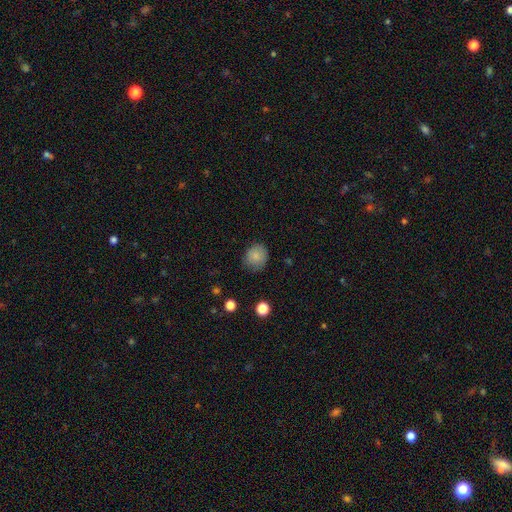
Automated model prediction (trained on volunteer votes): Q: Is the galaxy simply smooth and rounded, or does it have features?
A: smooth — 84%.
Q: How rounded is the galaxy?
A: round — 80%.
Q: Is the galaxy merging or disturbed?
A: none — 78%.